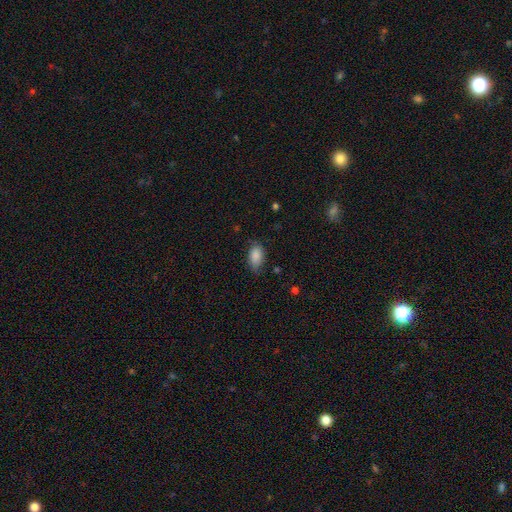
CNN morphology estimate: This appears to be a smooth galaxy with no disk features (87%) that is in between round and cigar-shaped (91%). Merging: none (70%).